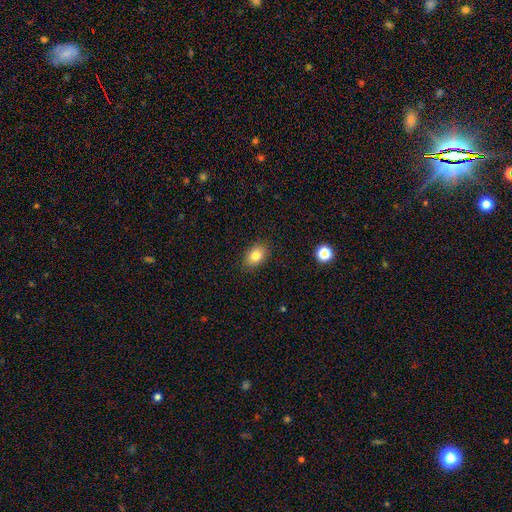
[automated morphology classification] Smooth or featured? smooth (82%)
How rounded? in between (81%)
Merging? none (88%)